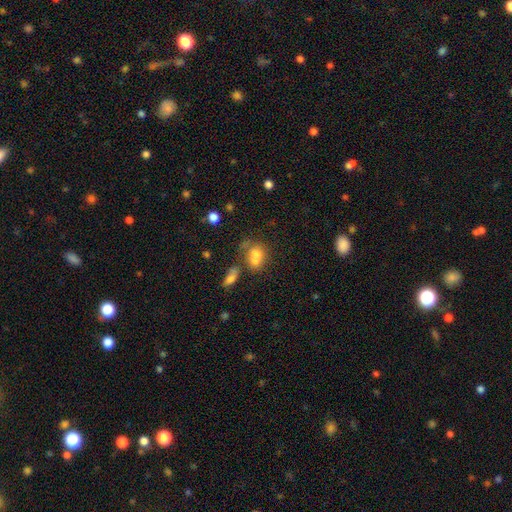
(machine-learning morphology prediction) smooth_or_featured: smooth (p=0.70) [alt: featured or disk p=0.17]
how_rounded: in between (p=0.49) [tied with: round p=0.49]
merging: merger (p=0.50) [alt: none p=0.31]